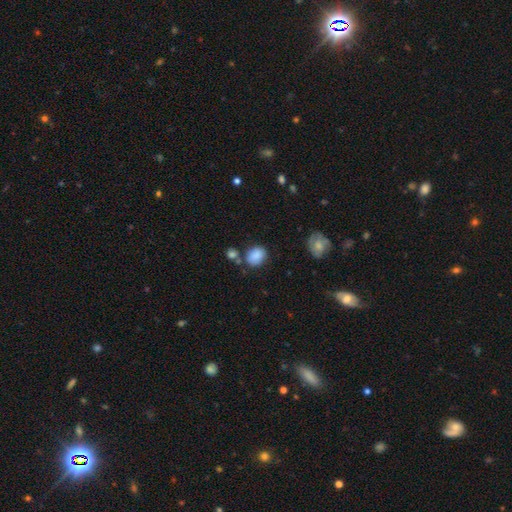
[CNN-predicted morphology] A smooth galaxy with no disk features (86%) that is in between round and cigar-shaped (55%).

Vote fractions:
- Smooth or featured? smooth: 86% / star or artifact: 8% / featured or disk: 5%
- How rounded? in between: 55% / round: 44% / cigar-shaped: 1%
- Merging? none: 68% / minor disturbance: 16% / merger: 11% / major disturbance: 5%